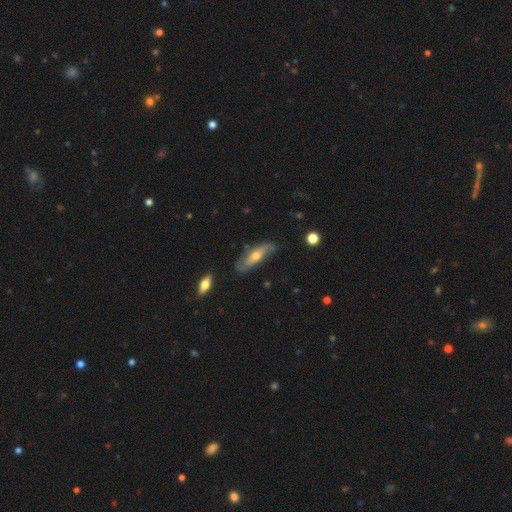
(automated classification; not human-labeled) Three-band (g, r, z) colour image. It shows a featured or disk galaxy (65%). Merging: none (67%).